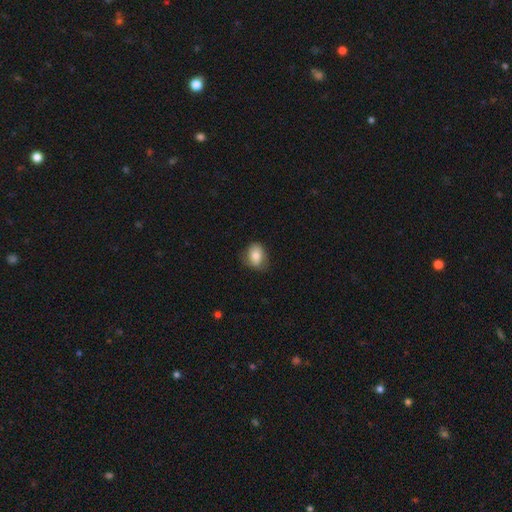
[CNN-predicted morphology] smooth_or_featured: smooth (p=0.75) [alt: featured or disk p=0.18]
how_rounded: in between (p=0.58) [alt: round p=0.41]
merging: none (p=0.68) [alt: minor disturbance p=0.25]